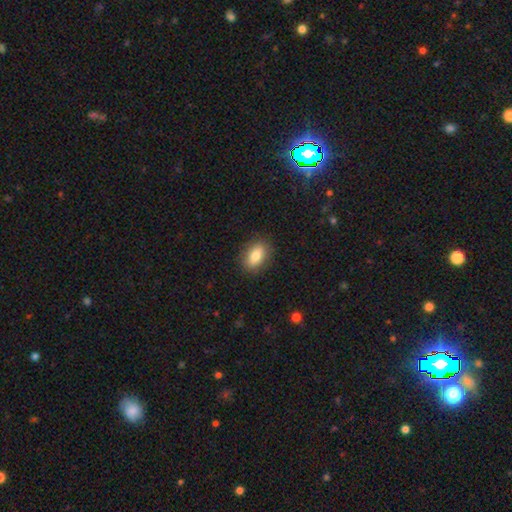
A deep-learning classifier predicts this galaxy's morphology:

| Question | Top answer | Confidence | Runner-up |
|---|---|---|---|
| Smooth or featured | smooth | 81% | featured or disk (11%) |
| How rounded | in between | 84% | round (12%) |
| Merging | none | 87% | minor disturbance (10%) |